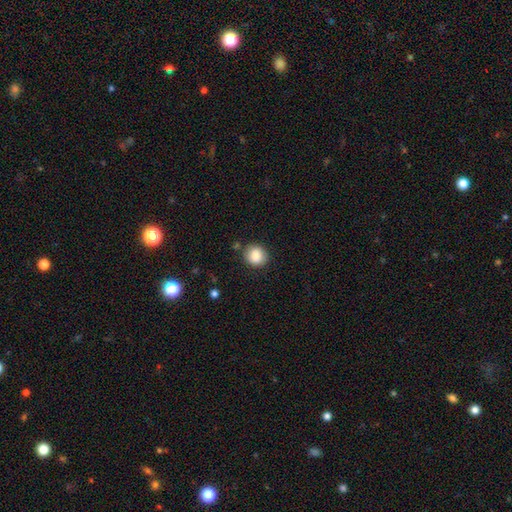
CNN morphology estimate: The model was most divided on "how rounded": round: 82%, in between: 17%, cigar-shaped: 1%. More confident: smooth or featured — smooth (86%); merging — none (83%).